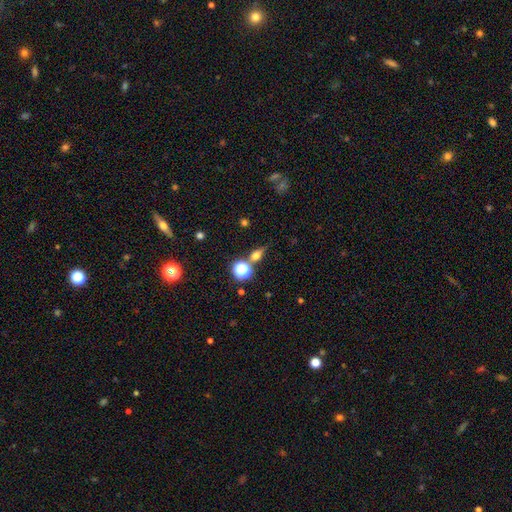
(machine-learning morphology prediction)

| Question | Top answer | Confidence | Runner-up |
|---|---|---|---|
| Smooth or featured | smooth | 53% | featured or disk (24%) |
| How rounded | round | 42% | tied: in between (42%) |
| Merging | none | 68% | minor disturbance (15%) |